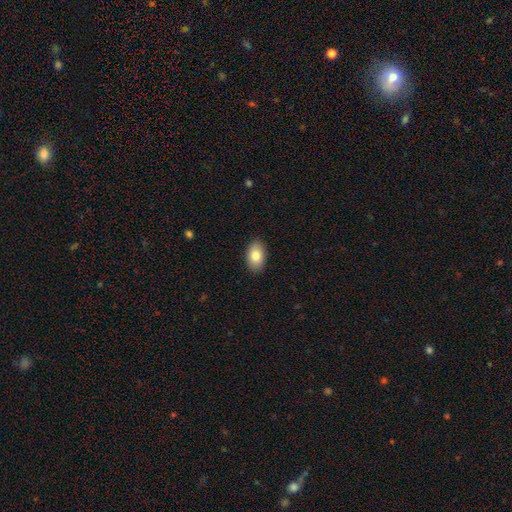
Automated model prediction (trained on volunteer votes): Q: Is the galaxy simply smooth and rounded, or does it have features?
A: smooth — 83%.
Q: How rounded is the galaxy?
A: in between — 91%.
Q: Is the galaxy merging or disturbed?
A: none — 89%.